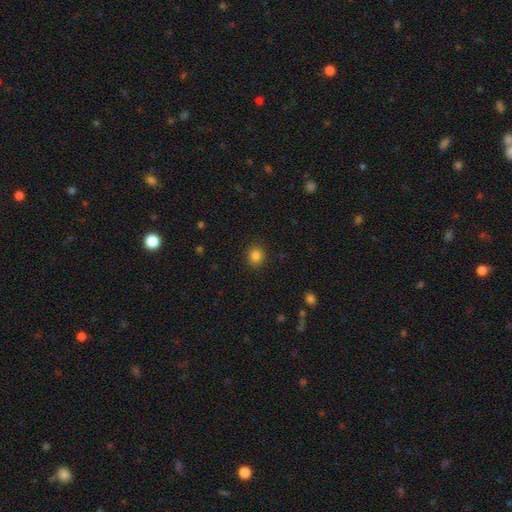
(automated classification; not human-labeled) Q: Smooth or featured?
A: smooth (84%); runner-up: star or artifact (11%)
Q: How rounded?
A: round (83%); runner-up: in between (16%)
Q: Merging?
A: none (90%); runner-up: minor disturbance (6%)